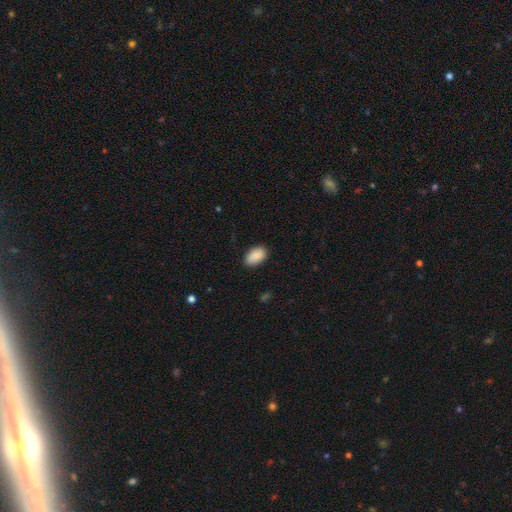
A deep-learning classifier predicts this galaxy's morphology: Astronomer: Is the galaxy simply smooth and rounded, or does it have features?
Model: smooth — 88%.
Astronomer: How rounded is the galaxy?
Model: in between — 92%.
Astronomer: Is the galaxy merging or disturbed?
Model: none — 84%.